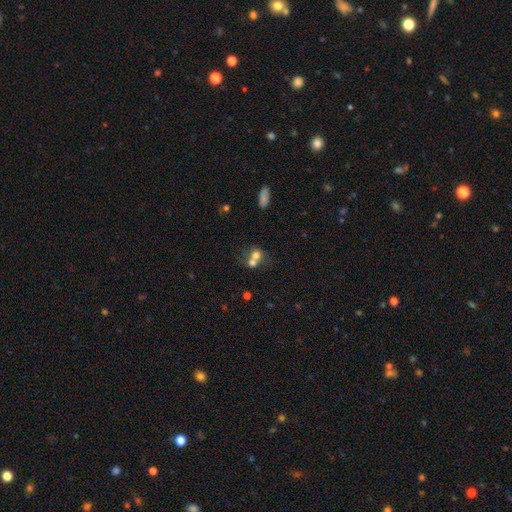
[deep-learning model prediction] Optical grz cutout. It shows a smooth galaxy with no disk features (66%) that is round (66%). Merging: merger (63%).